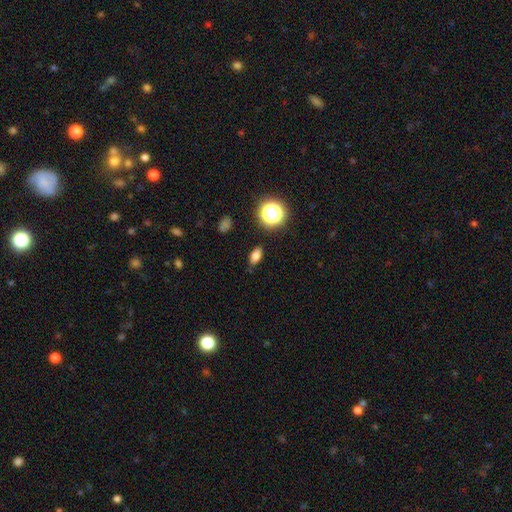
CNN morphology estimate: This is likely a smooth galaxy (78%). How rounded: clearly in between (81%). Merging: clearly none (87%).